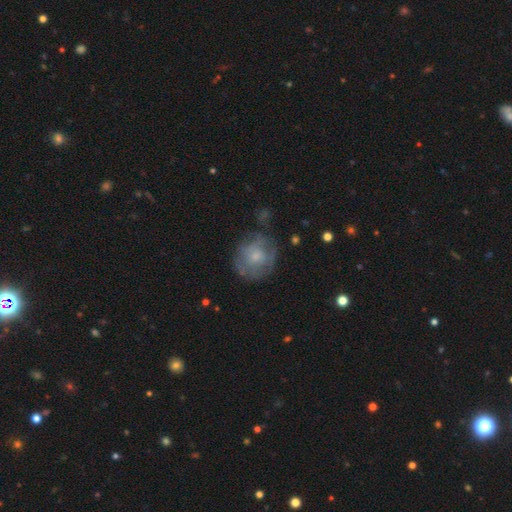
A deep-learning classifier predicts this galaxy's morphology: A smooth galaxy with no disk features (52%) that is round (81%). Merging: none (59%).